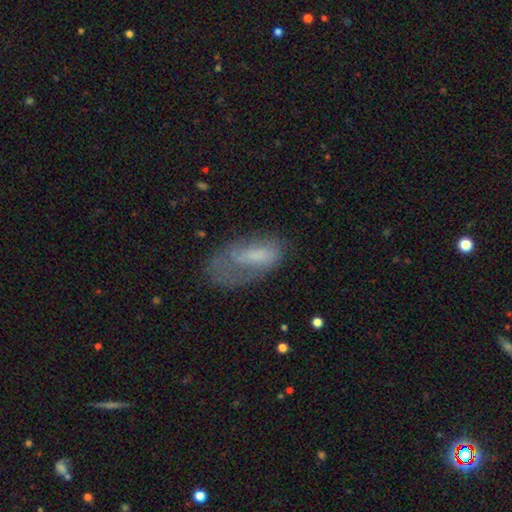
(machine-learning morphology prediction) Smooth or featured? Predicted: smooth (p=0.56). How rounded? Predicted: in between (p=0.87). Merging? Predicted: major disturbance (p=0.36).